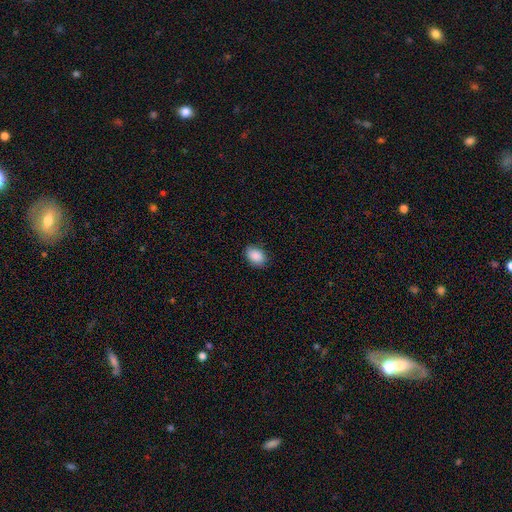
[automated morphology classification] A smooth galaxy with no disk features (89%) that is in between round and cigar-shaped (83%). Merging: none (85%).